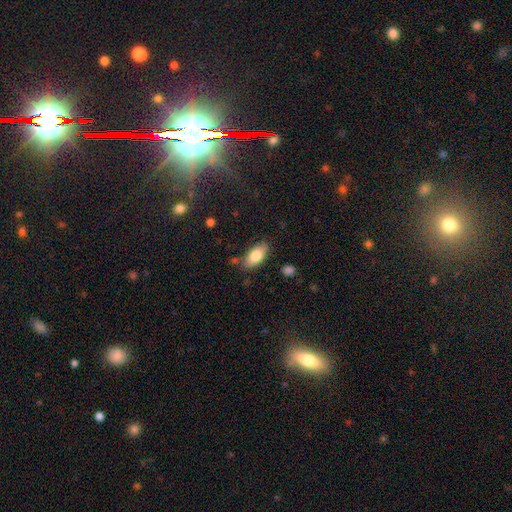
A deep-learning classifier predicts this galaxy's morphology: This appears to be a smooth galaxy with no disk features (82%) that is in between round and cigar-shaped (91%). Merging: none (80%).